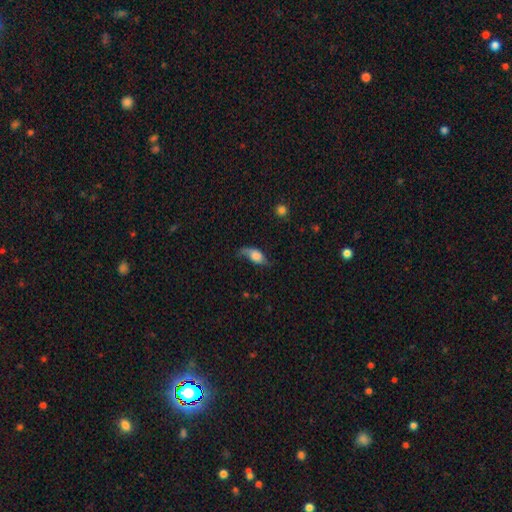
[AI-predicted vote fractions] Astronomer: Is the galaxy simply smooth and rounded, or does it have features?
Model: smooth — 52% (runner-up: featured or disk, 39%).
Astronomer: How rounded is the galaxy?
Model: in between — 83%.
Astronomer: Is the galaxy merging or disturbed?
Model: none — 42% (runner-up: minor disturbance, 32%).